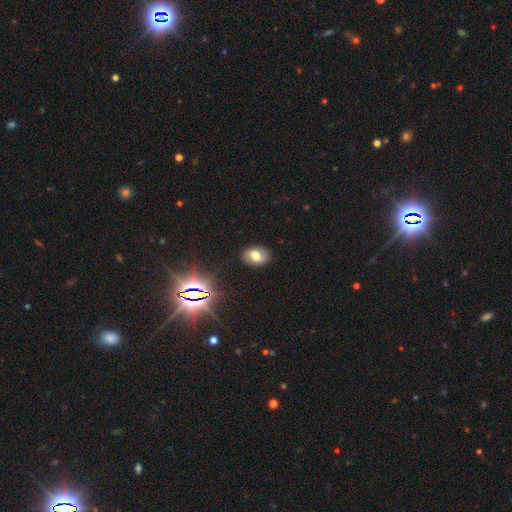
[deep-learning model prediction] smooth 57%, featured or disk 28%, star or artifact 15%. Down the decision tree: how rounded — in between (79%); merging — none (85%).